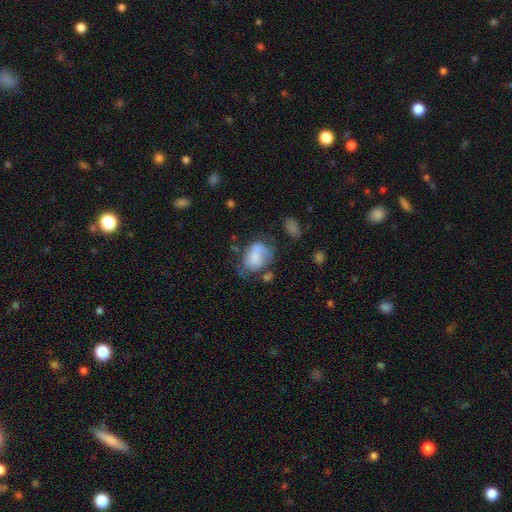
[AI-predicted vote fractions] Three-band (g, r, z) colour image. It shows a smooth galaxy with no disk features (67%) that is in between round and cigar-shaped (66%). Merging: none (31%).